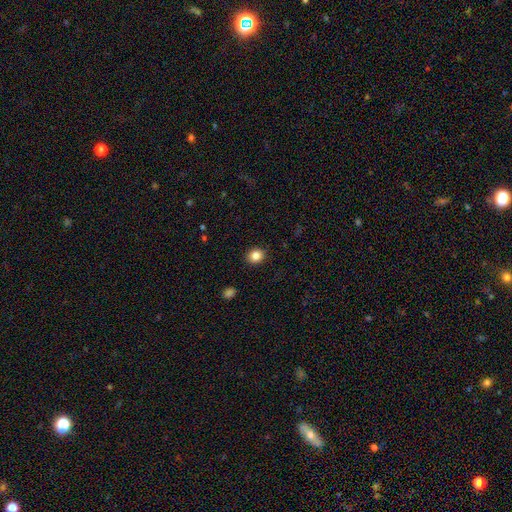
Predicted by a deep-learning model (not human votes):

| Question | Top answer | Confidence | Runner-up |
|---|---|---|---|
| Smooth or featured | smooth | 85% | star or artifact (10%) |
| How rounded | round | 70% | in between (29%) |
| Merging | none | 90% | minor disturbance (7%) |